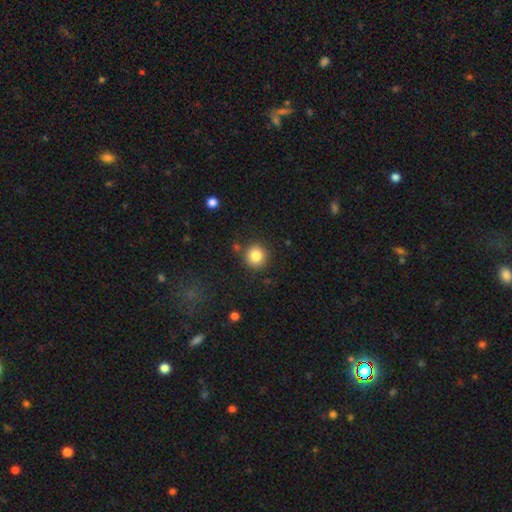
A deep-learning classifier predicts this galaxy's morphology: Overall: smooth (84%). How rounded: round (93%). Merging: none (85%).